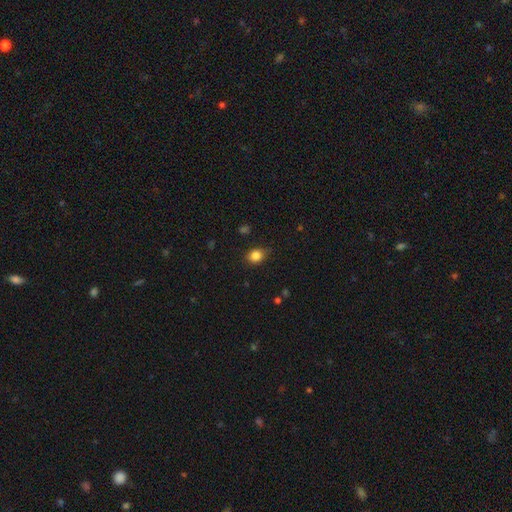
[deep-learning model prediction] Morphology: type=smooth (84%); roundness=round (56%); merging=none (80%).